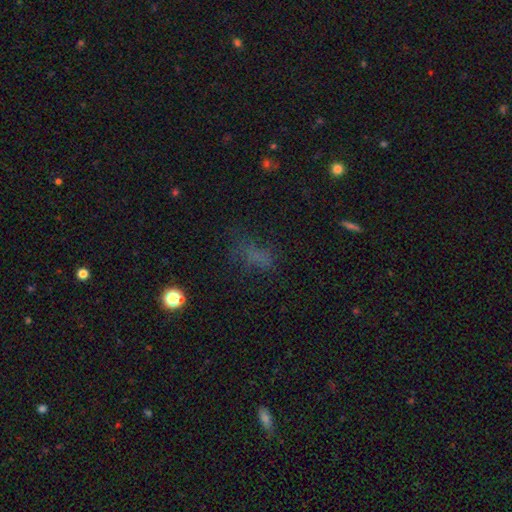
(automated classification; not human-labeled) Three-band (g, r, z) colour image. It shows a smooth galaxy with no disk features (54%) that is in between round and cigar-shaped (71%). Merging: none (50%).